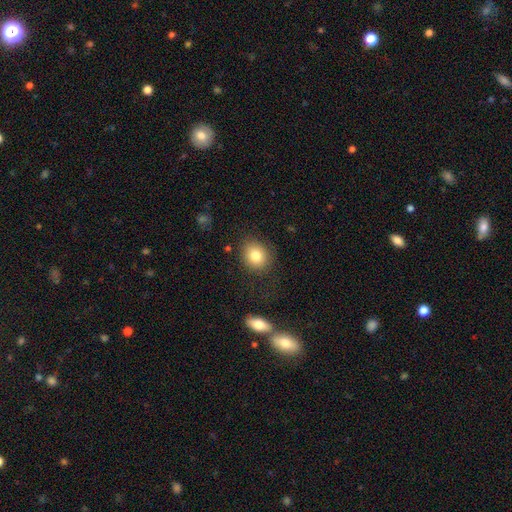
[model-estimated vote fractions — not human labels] Smooth or featured: smooth — 81% (star or artifact — 10%)
How rounded: round — 72% (in between — 27%)
Merging: none — 84% (minor disturbance — 11%)